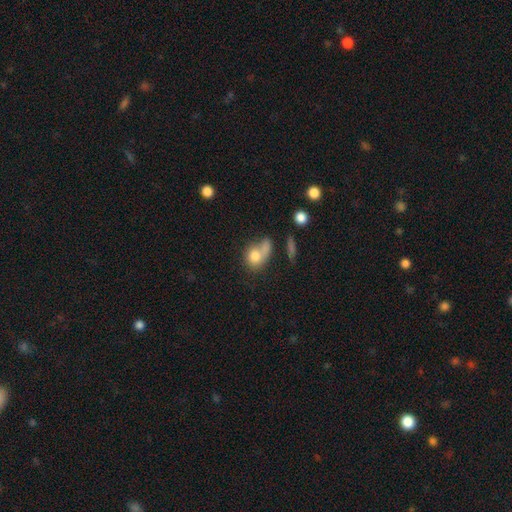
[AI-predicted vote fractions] A smooth galaxy with no disk features (76%) that is round (51%).

Vote fractions:
- Smooth or featured? smooth: 76% / featured or disk: 15% / star or artifact: 9%
- How rounded? round: 51% / in between: 46% / cigar-shaped: 3%
- Merging? merger: 41% / none: 31% / minor disturbance: 14% / major disturbance: 14%